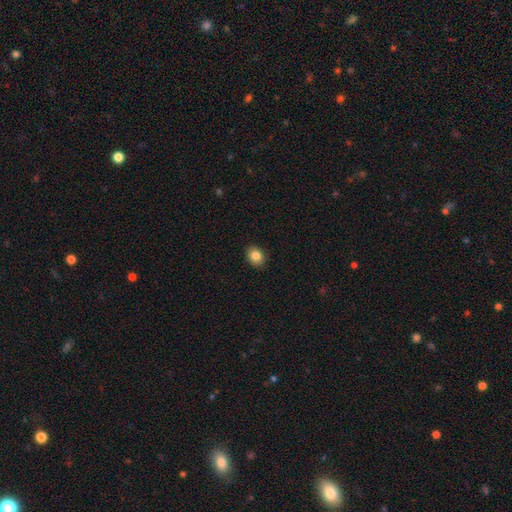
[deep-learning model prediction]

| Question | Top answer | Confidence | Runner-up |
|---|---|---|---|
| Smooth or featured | smooth | 84% | star or artifact (9%) |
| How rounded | round | 53% | in between (47%) |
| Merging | none | 89% | minor disturbance (8%) |